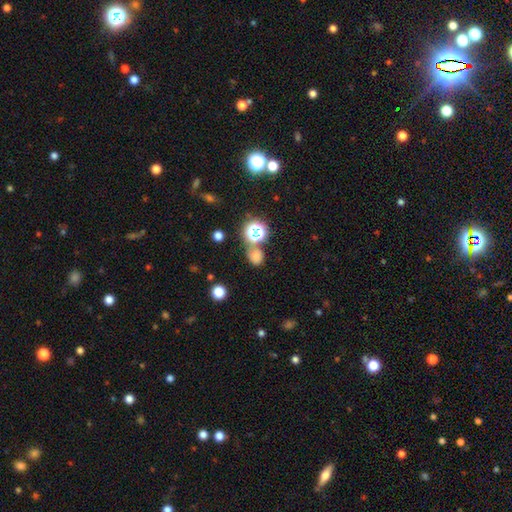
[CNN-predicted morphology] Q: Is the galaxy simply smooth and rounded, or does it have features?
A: smooth — 65%.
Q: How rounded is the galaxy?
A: round — 69%.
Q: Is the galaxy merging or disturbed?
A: none — 55%.